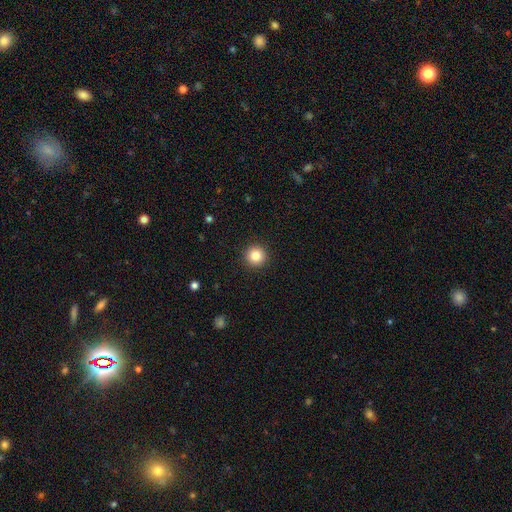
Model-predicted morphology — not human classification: This appears to be a smooth galaxy with no disk features (84%) that is round (96%). Merging: none (93%).